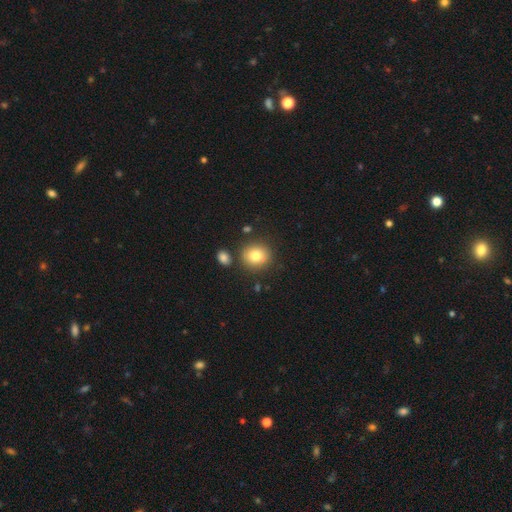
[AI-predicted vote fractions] smooth-or-featured: smooth: 81% | featured or disk: 10% | star or artifact: 10%
  how-rounded: round: 81% | in between: 18% | cigar-shaped: 1%
  merging: none: 82% | minor disturbance: 9% | merger: 6% | major disturbance: 3%